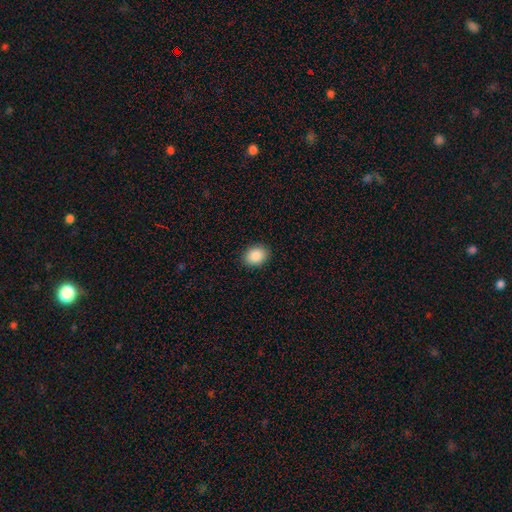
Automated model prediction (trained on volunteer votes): Smooth or featured? smooth (89%)
How rounded? in between (60%)
Merging? none (90%)